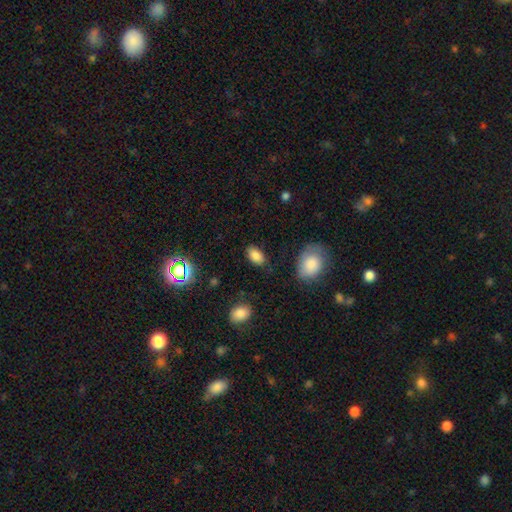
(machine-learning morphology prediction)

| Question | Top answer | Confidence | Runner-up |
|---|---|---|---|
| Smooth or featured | smooth | 85% | star or artifact (9%) |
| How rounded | in between | 91% | round (7%) |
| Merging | none | 83% | minor disturbance (11%) |